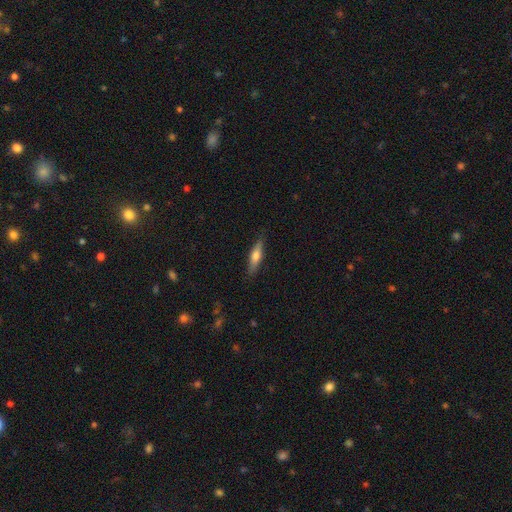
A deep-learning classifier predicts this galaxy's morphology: Overall: smooth (53%; featured or disk 41%). How rounded: cigar-shaped (73%). Merging: none (86%).